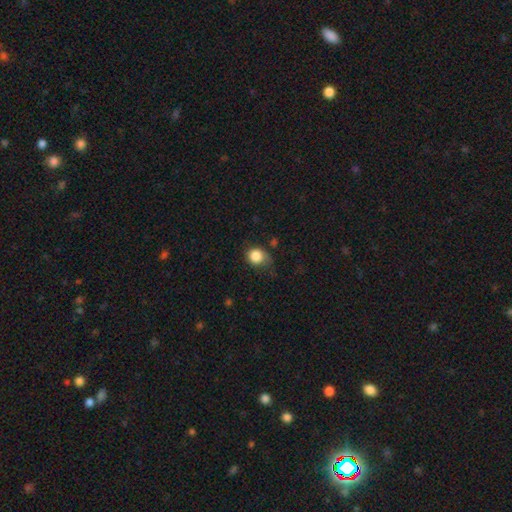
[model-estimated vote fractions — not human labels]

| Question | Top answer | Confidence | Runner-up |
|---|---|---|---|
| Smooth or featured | smooth | 84% | star or artifact (9%) |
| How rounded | round | 73% | in between (26%) |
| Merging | none | 53% | minor disturbance (33%) |